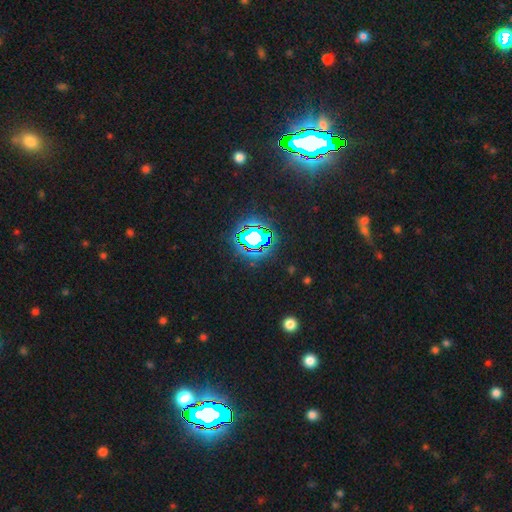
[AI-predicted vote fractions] This appears to be a star or artifact, not a galaxy (82%).